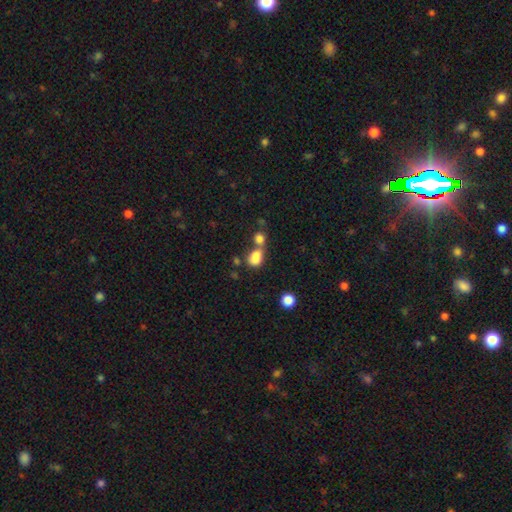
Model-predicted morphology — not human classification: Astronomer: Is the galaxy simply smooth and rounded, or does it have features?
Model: smooth — 80%.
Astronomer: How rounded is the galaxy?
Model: in between — 65%.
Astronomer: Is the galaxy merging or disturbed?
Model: merger — 56%.